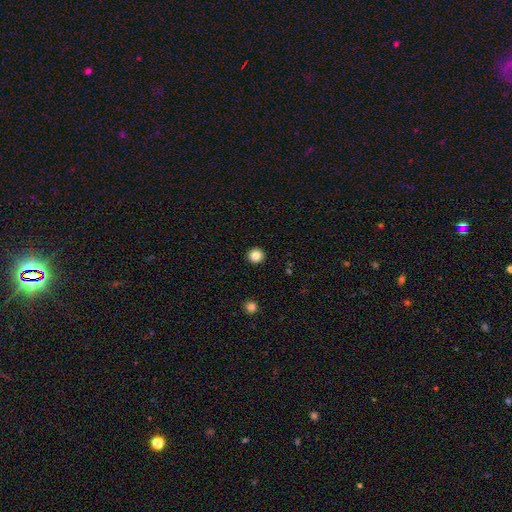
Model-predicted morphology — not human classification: smooth_or_featured: smooth (p=0.84) [alt: star or artifact p=0.11]
how_rounded: round (p=0.93) [alt: in between p=0.06]
merging: none (p=0.93) [alt: minor disturbance p=0.04]